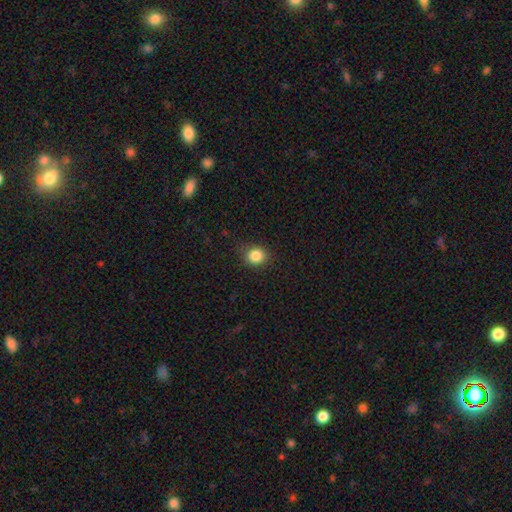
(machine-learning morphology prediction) Smooth or featured: smooth — 85% (star or artifact — 11%)
How rounded: round — 83% (in between — 16%)
Merging: none — 85% (minor disturbance — 11%)